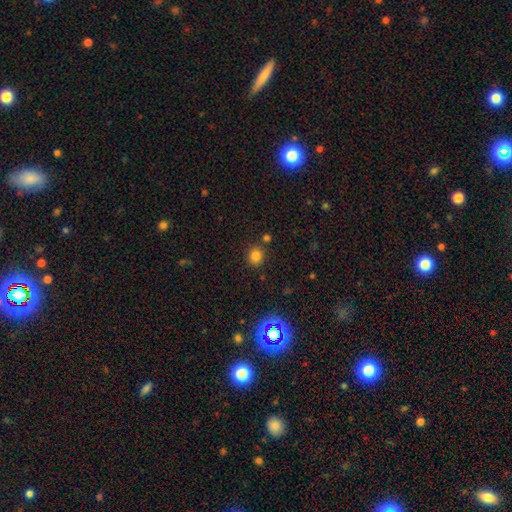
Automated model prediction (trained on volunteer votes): smooth_or_featured: smooth (p=0.79) [alt: star or artifact p=0.16]
how_rounded: round (p=0.83) [alt: in between p=0.16]
merging: none (p=0.81) [alt: minor disturbance p=0.09]